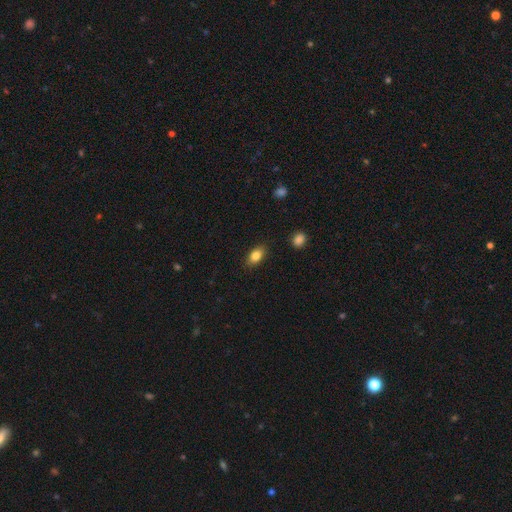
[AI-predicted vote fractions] Q: Smooth or featured?
A: smooth (84%); runner-up: star or artifact (8%)
Q: How rounded?
A: in between (87%); runner-up: round (9%)
Q: Merging?
A: none (87%); runner-up: minor disturbance (10%)